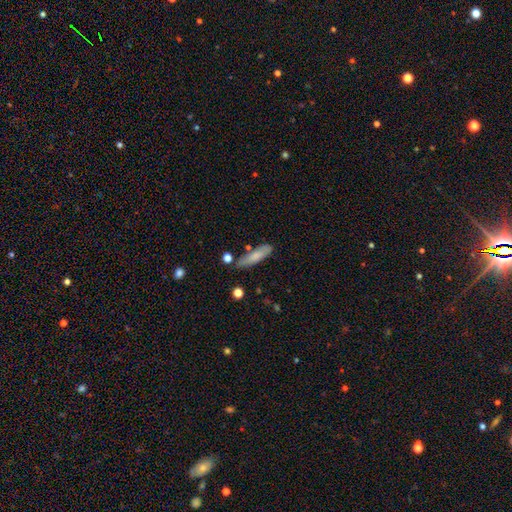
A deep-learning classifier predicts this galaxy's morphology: A smooth galaxy with no disk features (76%) that is cigar-shaped (70%). Merging: none (71%).